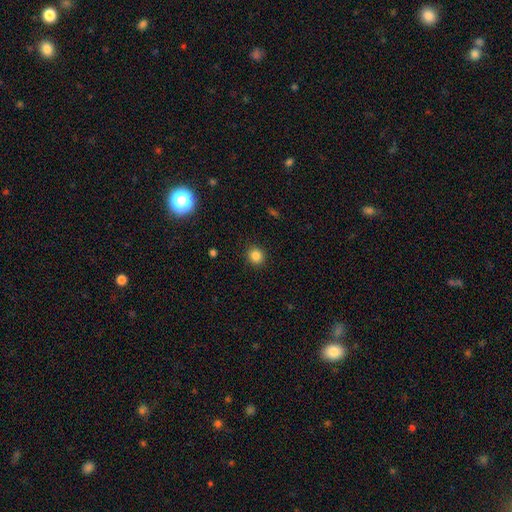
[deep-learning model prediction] smooth-or-featured: smooth: 84% | star or artifact: 12% | featured or disk: 4%
  how-rounded: round: 86% | in between: 13% | cigar-shaped: 1%
  merging: none: 91% | minor disturbance: 6% | major disturbance: 2% | merger: 1%